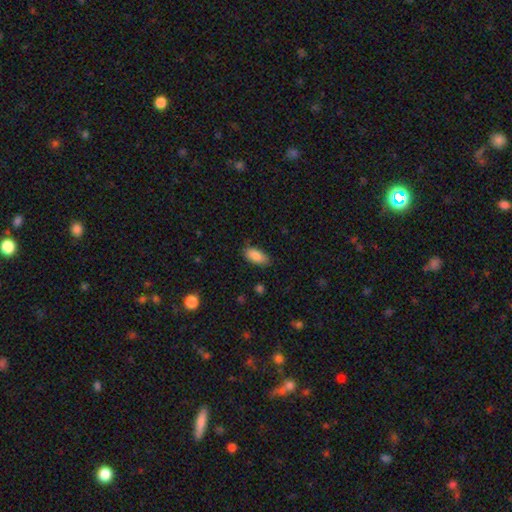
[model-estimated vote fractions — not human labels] Q: Smooth or featured?
A: smooth (87%); runner-up: star or artifact (7%)
Q: How rounded?
A: in between (89%); runner-up: cigar-shaped (8%)
Q: Merging?
A: none (78%); runner-up: minor disturbance (18%)